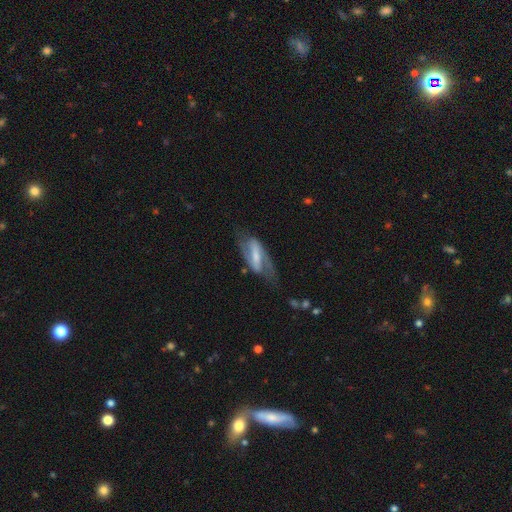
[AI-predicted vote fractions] Smooth or featured? Predicted: featured or disk (p=0.79). Edge-on disk? Predicted: no (p=0.91). Bar? Predicted: strong (p=0.62). Spiral arms? Predicted: yes (p=0.89). Spiral winding? Predicted: medium (p=0.47). Spiral arm count? Predicted: 2 (p=0.88). Bulge size? Predicted: small (p=0.37). Merging? Predicted: none (p=0.66).